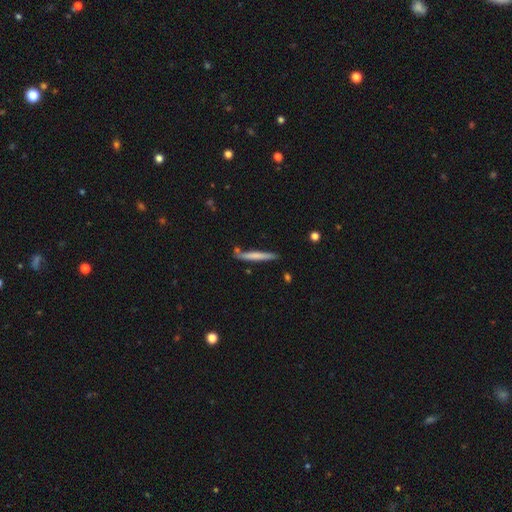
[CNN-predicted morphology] Smooth or featured? smooth (63%)
How rounded? cigar-shaped (96%)
Merging? none (78%)